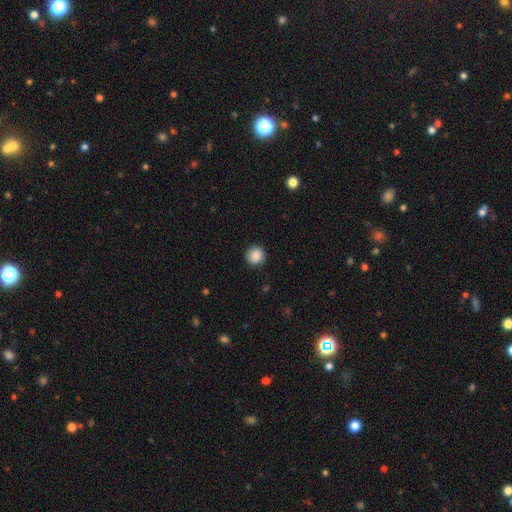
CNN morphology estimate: type=smooth (88%); roundness=round (92%); merging=none (89%).